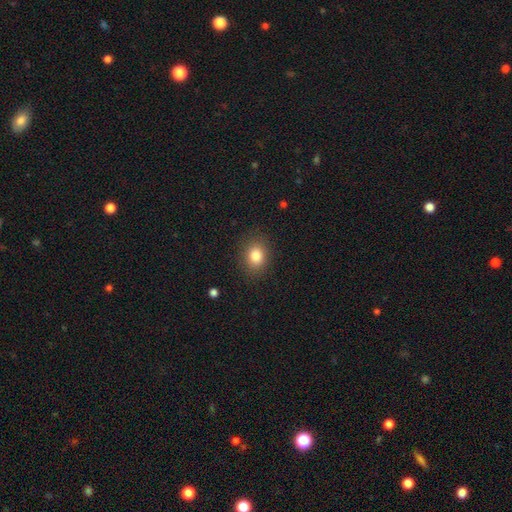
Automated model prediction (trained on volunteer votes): smooth 83%, star or artifact 10%, featured or disk 7%. Down the decision tree: how rounded — in between (54%); merging — none (86%).